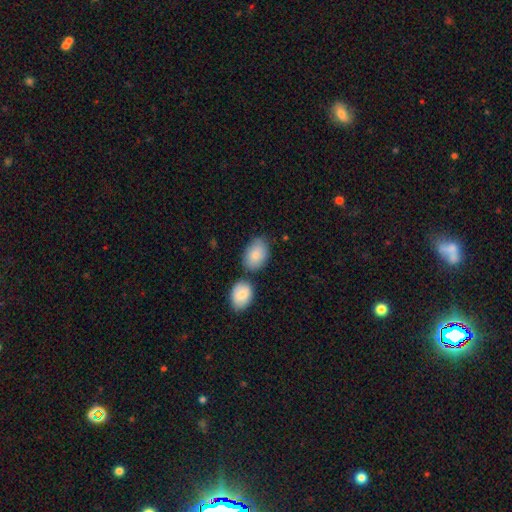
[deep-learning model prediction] smooth 83%, featured or disk 10%, star or artifact 6%. Down the decision tree: how rounded — in between (85%); merging — none (59%).